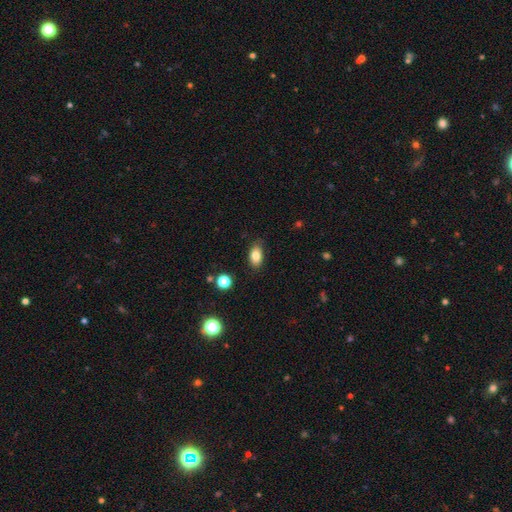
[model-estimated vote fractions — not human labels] Smooth or featured? Predicted: smooth (p=0.83). How rounded? Predicted: in between (p=0.89). Merging? Predicted: none (p=0.83).